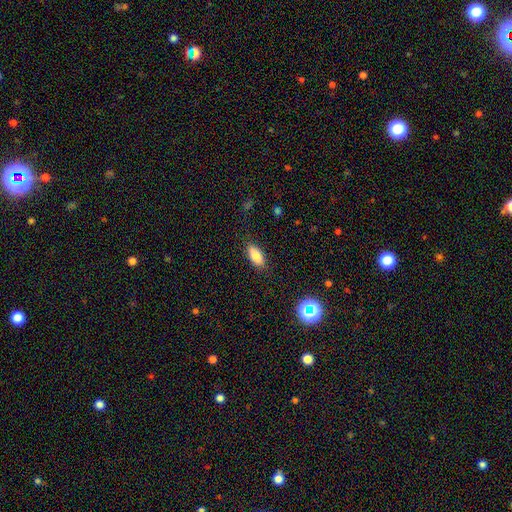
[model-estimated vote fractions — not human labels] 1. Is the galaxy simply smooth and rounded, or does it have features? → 82% smooth, 10% featured or disk, 9% star or artifact.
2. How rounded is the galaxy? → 84% in between, 13% cigar-shaped, 3% round.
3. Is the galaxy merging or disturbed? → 87% none, 10% minor disturbance, 2% major disturbance, 1% merger.